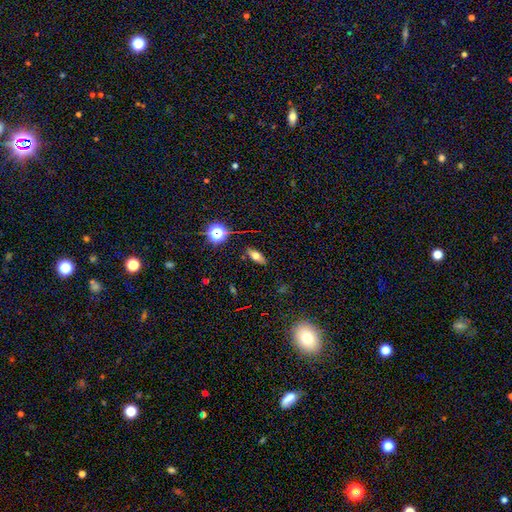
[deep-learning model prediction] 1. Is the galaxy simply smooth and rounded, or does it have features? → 62% smooth, 24% featured or disk, 14% star or artifact.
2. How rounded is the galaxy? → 71% in between, 21% cigar-shaped, 7% round.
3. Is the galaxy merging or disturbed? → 86% none, 10% minor disturbance, 2% major disturbance, 2% merger.